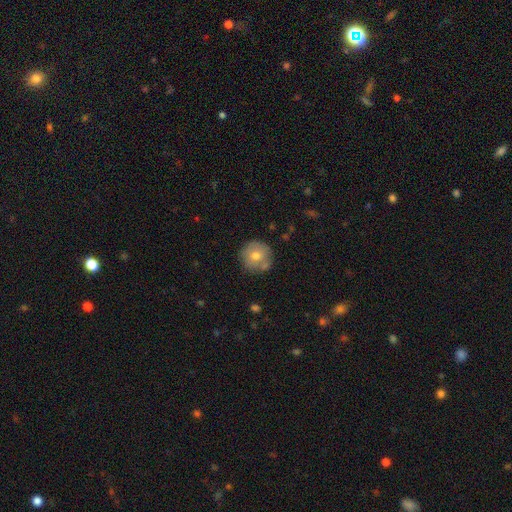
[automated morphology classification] This appears to be a smooth galaxy with no disk features (72%) that is round (95%). Merging: none (79%).